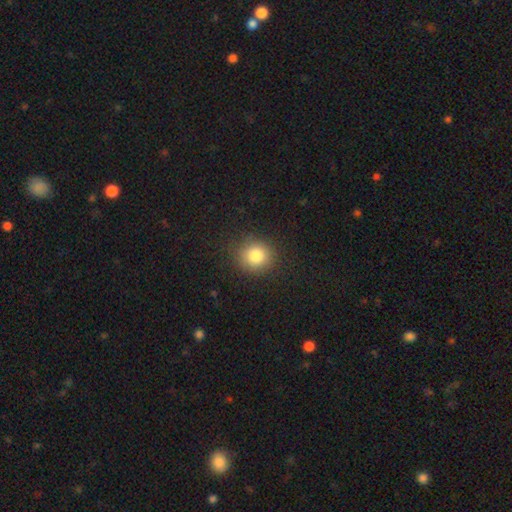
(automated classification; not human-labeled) Smooth or featured: smooth — 82% (star or artifact — 11%)
How rounded: round — 85% (in between — 14%)
Merging: none — 87% (minor disturbance — 9%)